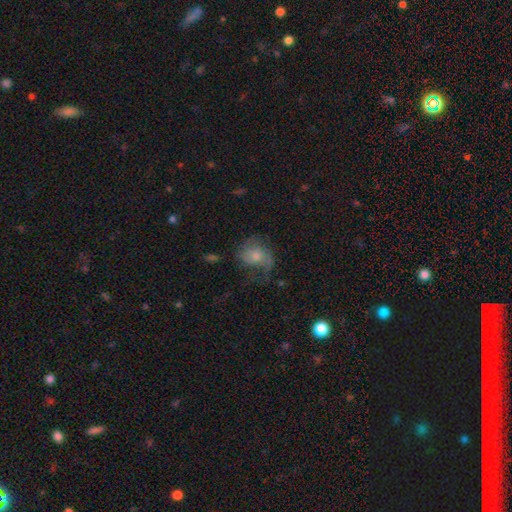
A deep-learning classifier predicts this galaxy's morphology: Smooth or featured? smooth (48%)
Merging? major disturbance (40%)